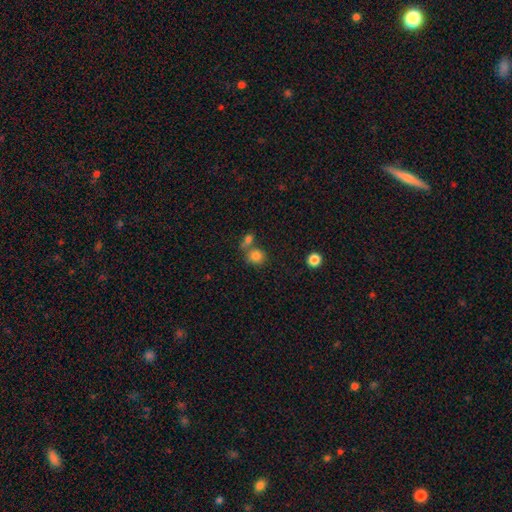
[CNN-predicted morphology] The model was most divided on "merging": none: 53%, merger: 33%, minor disturbance: 10%, major disturbance: 4%. More confident: smooth or featured — smooth (82%); how rounded — round (77%).